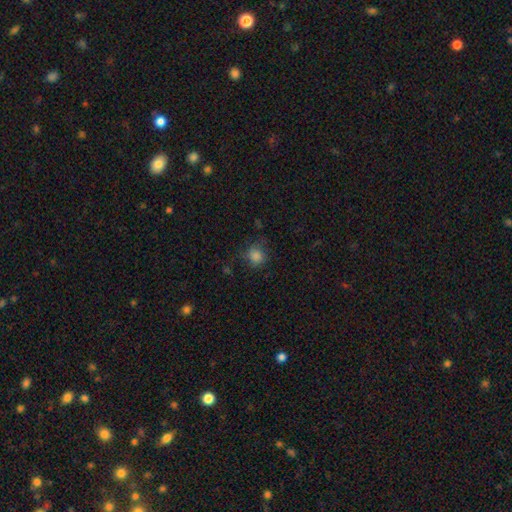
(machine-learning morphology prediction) Overall: smooth (81%). How rounded: round (85%). Merging: none (70%).